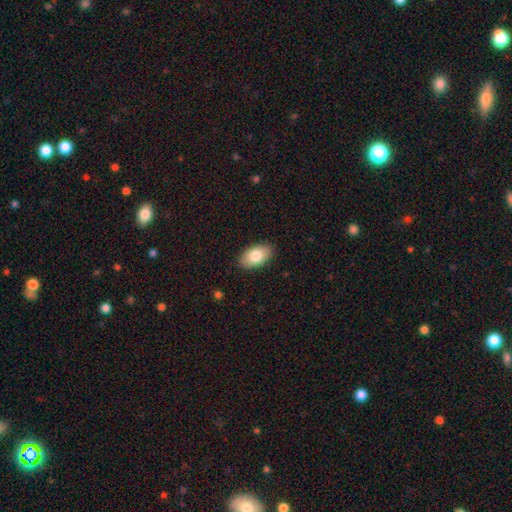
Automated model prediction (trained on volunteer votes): smooth-or-featured: smooth: 82% | featured or disk: 12% | star or artifact: 6%
  how-rounded: in between: 95% | round: 4% | cigar-shaped: 2%
  merging: none: 88% | minor disturbance: 9% | major disturbance: 2% | merger: 1%